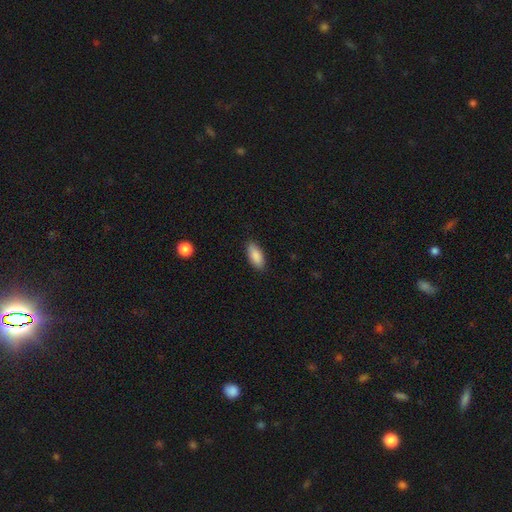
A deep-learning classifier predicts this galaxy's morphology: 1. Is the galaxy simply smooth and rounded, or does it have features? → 89% smooth, 6% star or artifact, 5% featured or disk.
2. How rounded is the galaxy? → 87% in between, 11% cigar-shaped, 2% round.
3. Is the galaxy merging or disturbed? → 86% none, 10% minor disturbance, 2% major disturbance, 1% merger.